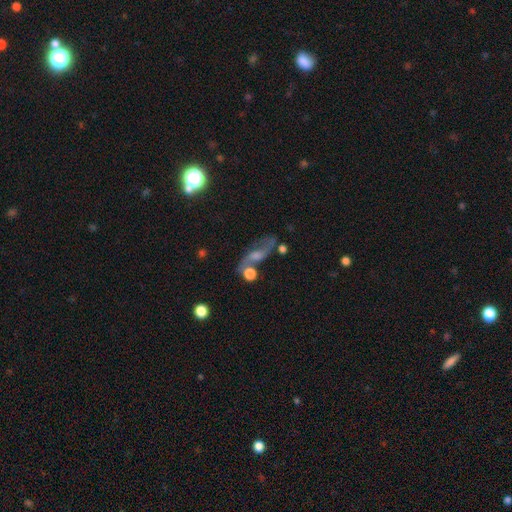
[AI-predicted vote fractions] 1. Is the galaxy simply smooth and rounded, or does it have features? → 68% featured or disk, 17% smooth, 15% star or artifact.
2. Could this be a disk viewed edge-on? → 85% no, 15% yes.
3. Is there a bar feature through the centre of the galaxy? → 47% no, 39% weak, 13% strong.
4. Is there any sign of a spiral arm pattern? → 86% yes, 14% no.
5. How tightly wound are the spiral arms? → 63% loose, 27% medium, 9% tight.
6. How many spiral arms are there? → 90% 2, 5% can't tell, 3% 1, 1% 3, 1% 4, 1% more than 4.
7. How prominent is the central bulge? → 44% moderate, 34% small, 10% none, 9% large, 2% dominant.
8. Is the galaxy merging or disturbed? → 61% none, 16% minor disturbance, 14% merger, 10% major disturbance.